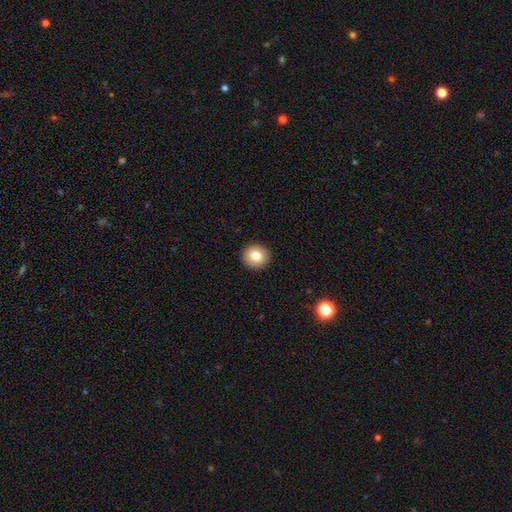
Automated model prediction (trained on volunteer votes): This appears to be a smooth galaxy with no disk features (79%) that is round (92%). Merging: none (93%).